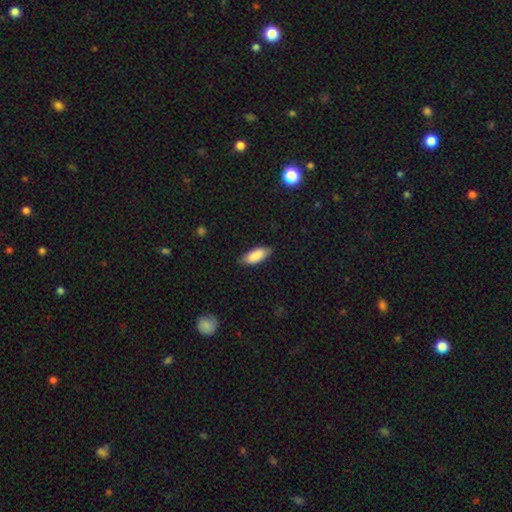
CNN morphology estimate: The model was most divided on "merging": none: 79%, minor disturbance: 17%, major disturbance: 3%, merger: 1%. More confident: smooth or featured — smooth (87%); how rounded — in between (83%).